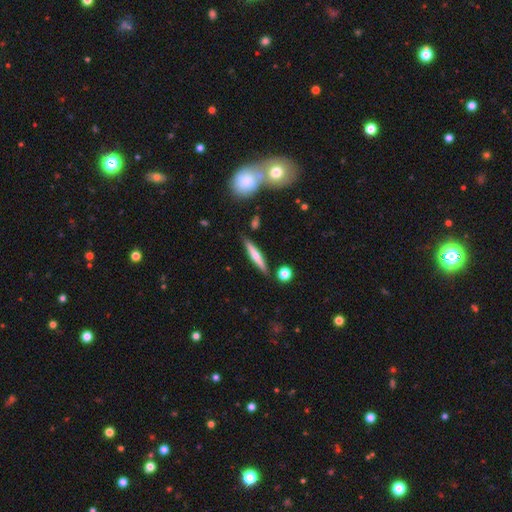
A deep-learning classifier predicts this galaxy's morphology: This appears to be a featured or disk galaxy (48%). Merging: none (85%).